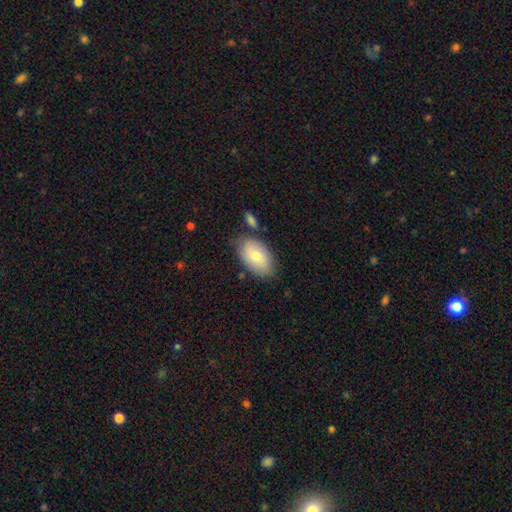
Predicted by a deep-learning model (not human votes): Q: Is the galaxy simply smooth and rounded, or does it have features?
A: smooth — 74%.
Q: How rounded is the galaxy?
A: in between — 93%.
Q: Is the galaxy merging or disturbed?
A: none — 73%.